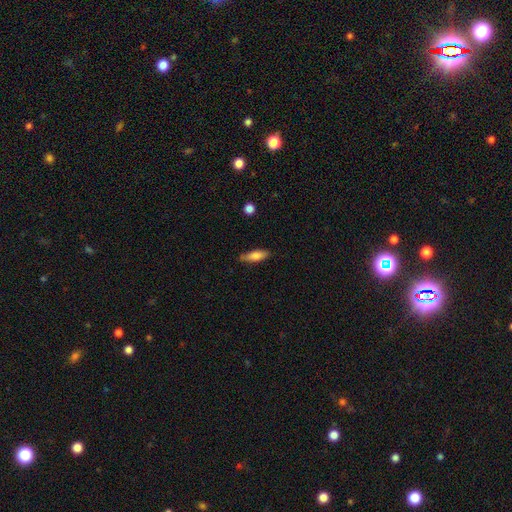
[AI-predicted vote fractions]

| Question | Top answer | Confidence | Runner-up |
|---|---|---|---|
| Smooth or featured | smooth | 75% | featured or disk (19%) |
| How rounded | in between | 51% | cigar-shaped (47%) |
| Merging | none | 79% | minor disturbance (16%) |